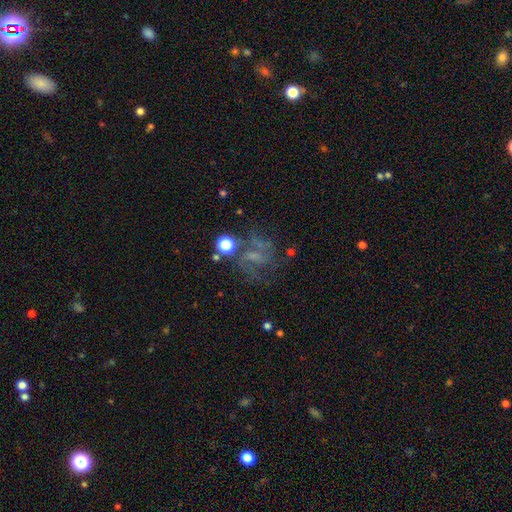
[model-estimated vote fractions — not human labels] A featured or disk galaxy (57%) with no bar (49%), spiral arms (73%) and no central bulge (43%).

Vote fractions:
- Smooth or featured? featured or disk: 57% / star or artifact: 23% / smooth: 20%
- Edge-on disk? no: 97% / yes: 3%
- Bar? no: 49% / weak: 39% / strong: 12%
- Spiral arms? yes: 73% / no: 27%
- Bulge size? none: 43% / small: 38% / moderate: 15% / large: 3% / dominant: 1%
- Merging? none: 50% / major disturbance: 25% / minor disturbance: 18% / merger: 8%